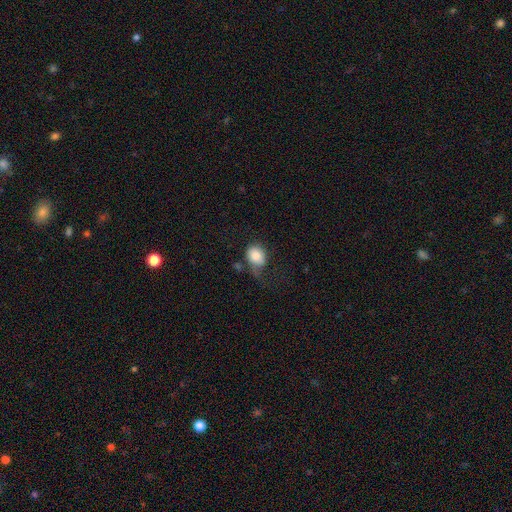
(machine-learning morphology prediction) Smooth or featured?
  - smooth: 79% *
  - featured or disk: 13%
  - star or artifact: 8%
How rounded?
  - round: 53% *
  - in between: 46%
  - cigar-shaped: 1%
Merging?
  - none: 36% *
  - major disturbance: 30%
  - minor disturbance: 28%
  - merger: 6%